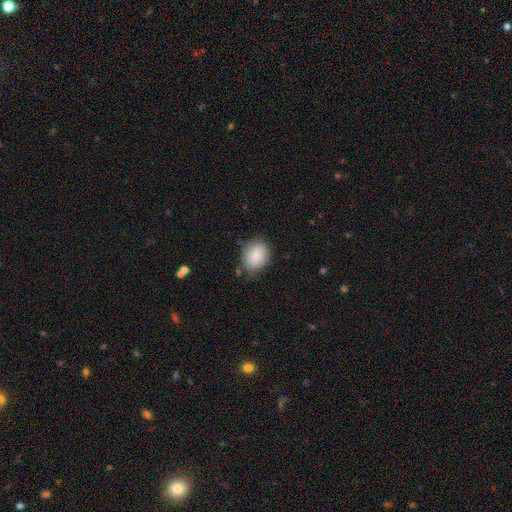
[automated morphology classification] Smooth or featured? smooth (82%)
How rounded? in between (50%)
Merging? none (77%)